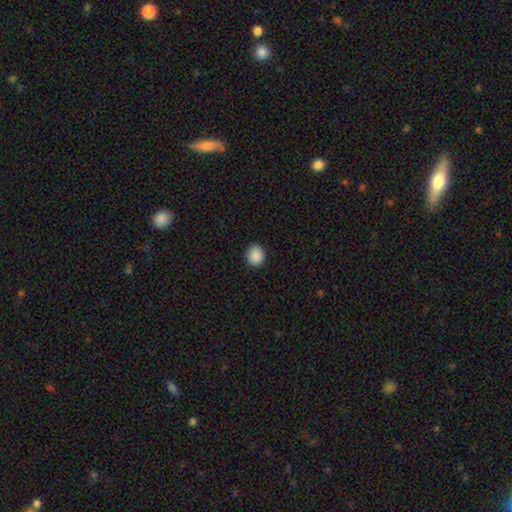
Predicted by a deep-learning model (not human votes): A smooth galaxy with no disk features (89%) that is round (76%).

Vote fractions:
- Smooth or featured? smooth: 89% / star or artifact: 8% / featured or disk: 3%
- How rounded? round: 76% / in between: 23% / cigar-shaped: 1%
- Merging? none: 90% / minor disturbance: 7% / major disturbance: 2% / merger: 1%